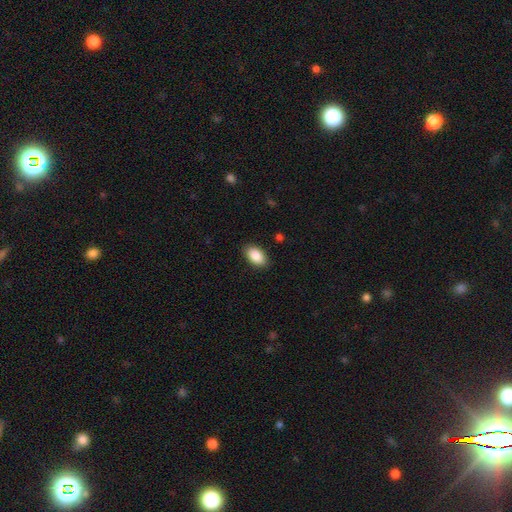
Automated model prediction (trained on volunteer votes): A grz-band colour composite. It shows a smooth galaxy with no disk features (89%) that is in between round and cigar-shaped (93%). Merging: none (88%).